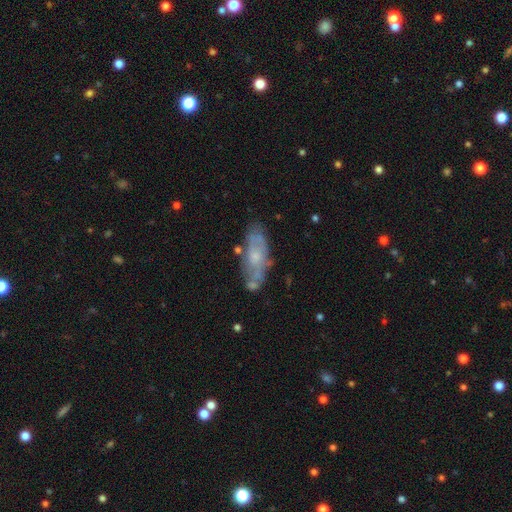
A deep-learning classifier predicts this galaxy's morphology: This appears to be a featured or disk galaxy (58%). Merging: none (63%).